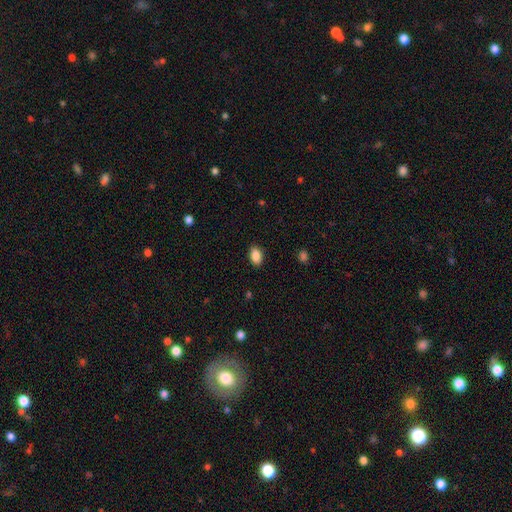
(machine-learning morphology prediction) A smooth galaxy with no disk features (88%) that is in between round and cigar-shaped (89%).

Vote fractions:
- Smooth or featured? smooth: 88% / star or artifact: 8% / featured or disk: 4%
- How rounded? in between: 89% / round: 10% / cigar-shaped: 2%
- Merging? none: 88% / minor disturbance: 9% / major disturbance: 2% / merger: 1%